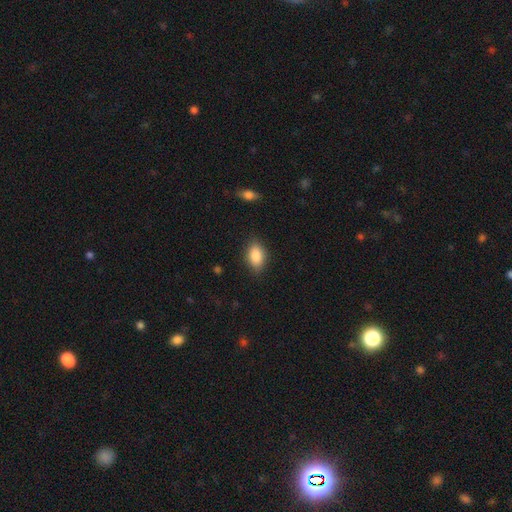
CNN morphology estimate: Smooth or featured: smooth — 87% (star or artifact — 7%)
How rounded: in between — 89% (round — 9%)
Merging: none — 82% (minor disturbance — 13%)